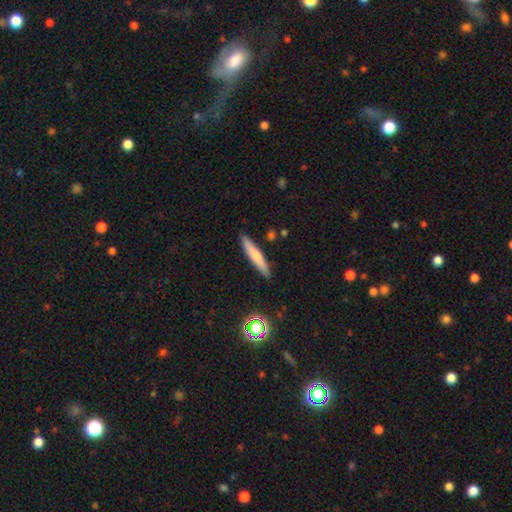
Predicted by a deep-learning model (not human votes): smooth-or-featured: smooth: 68% | featured or disk: 25% | star or artifact: 7%
  how-rounded: cigar-shaped: 91% | in between: 8% | round: 1%
  merging: none: 89% | minor disturbance: 8% | major disturbance: 2% | merger: 2%